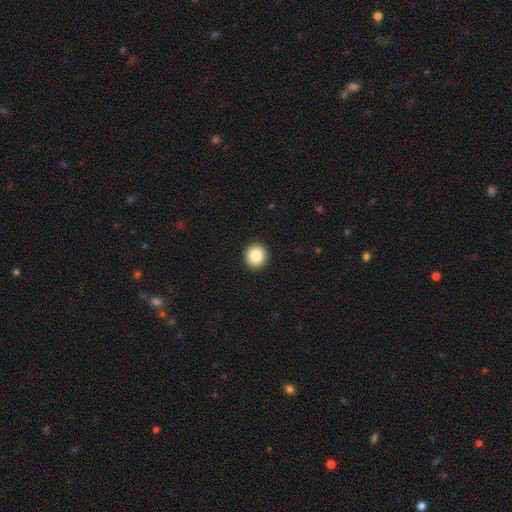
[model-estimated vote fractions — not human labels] A smooth galaxy with no disk features (85%) that is round (93%). Merging: none (93%).